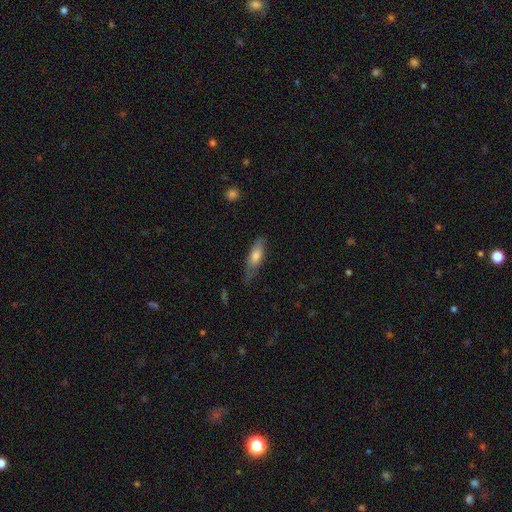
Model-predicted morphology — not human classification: Smooth or featured? Predicted: smooth (p=0.68). How rounded? Predicted: in between (p=0.50). Merging? Predicted: none (p=0.64).